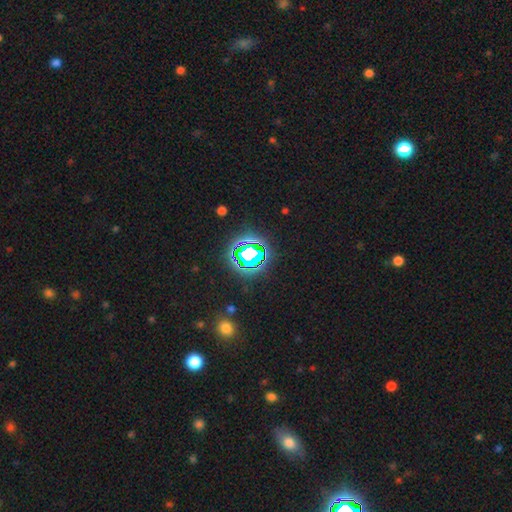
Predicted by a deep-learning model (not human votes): smooth-or-featured: star or artifact: 71% | smooth: 17% | featured or disk: 12%